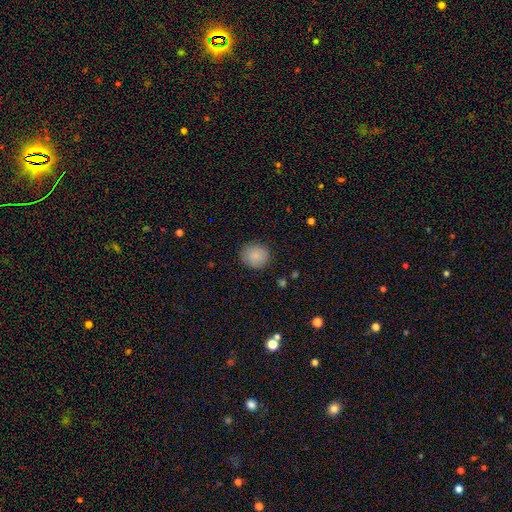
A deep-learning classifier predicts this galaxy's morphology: A smooth galaxy with no disk features (87%) that is round (85%).

Vote fractions:
- Smooth or featured? smooth: 87% / star or artifact: 8% / featured or disk: 6%
- How rounded? round: 85% / in between: 14% / cigar-shaped: 1%
- Merging? none: 87% / minor disturbance: 9% / major disturbance: 2% / merger: 1%